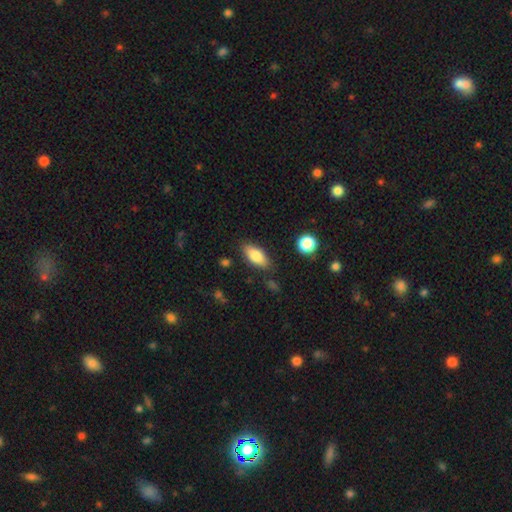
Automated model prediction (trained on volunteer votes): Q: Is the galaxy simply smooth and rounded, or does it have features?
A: smooth — 79%.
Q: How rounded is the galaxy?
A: in between — 84%.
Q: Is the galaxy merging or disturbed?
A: none — 81%.